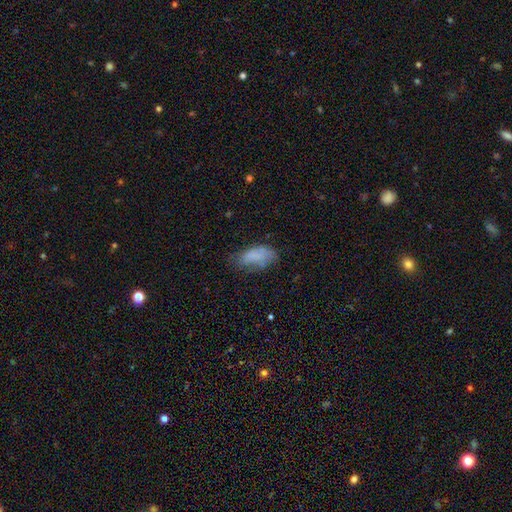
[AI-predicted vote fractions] Overall: smooth (75%). How rounded: in between (90%). Merging: none (48%; minor disturbance 32%).